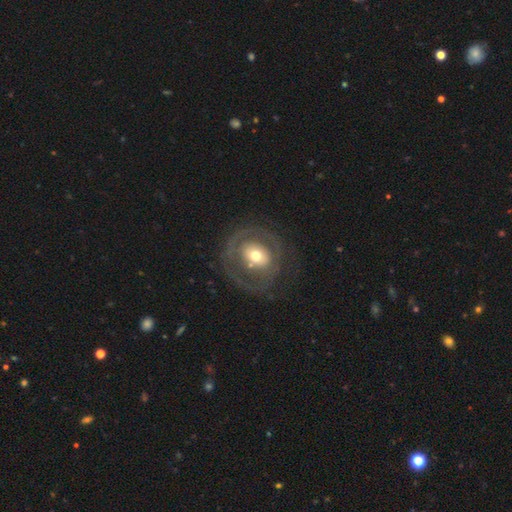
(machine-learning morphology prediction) smooth_or_featured: featured or disk (p=0.58) [alt: smooth p=0.35]
disk_edge_on: no (p=0.95) [alt: yes p=0.05]
bar: no (p=0.75) [alt: weak p=0.17]
has_spiral_arms: no (p=0.70) [alt: yes p=0.30]
bulge_size: moderate (p=0.63) [alt: small p=0.19]
merging: none (p=0.63) [alt: major disturbance p=0.18]